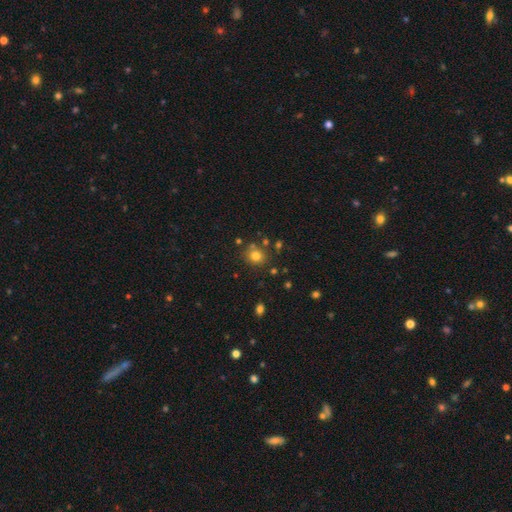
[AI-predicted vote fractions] Smooth or featured?
  - smooth: 77% *
  - star or artifact: 15%
  - featured or disk: 8%
How rounded?
  - round: 79% *
  - in between: 20%
  - cigar-shaped: 1%
Merging?
  - none: 76% *
  - minor disturbance: 11%
  - merger: 10%
  - major disturbance: 3%